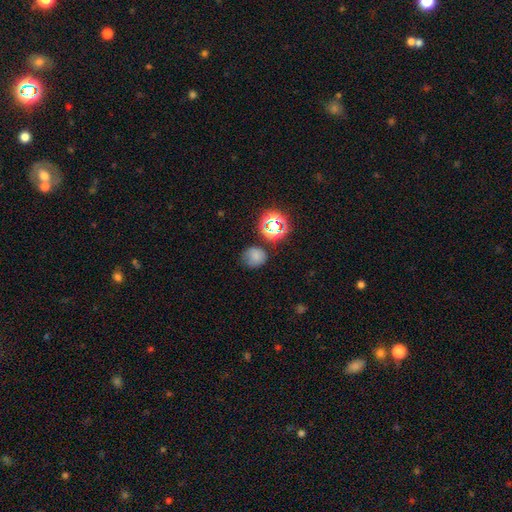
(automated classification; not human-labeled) Smooth or featured? Predicted: smooth (p=0.70). How rounded? Predicted: round (p=0.76). Merging? Predicted: none (p=0.67).